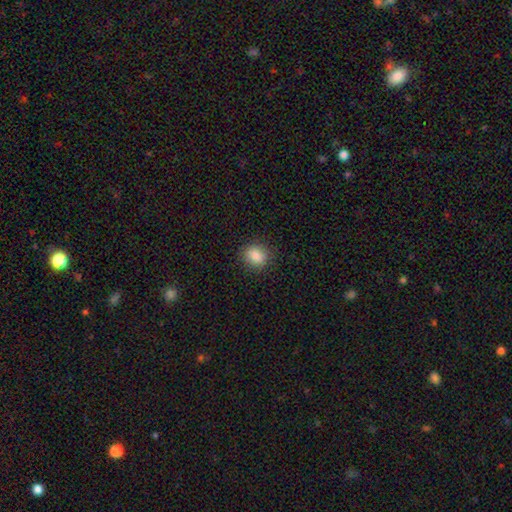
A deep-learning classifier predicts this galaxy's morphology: A smooth galaxy with no disk features (86%) that is round (66%). Merging: none (87%).